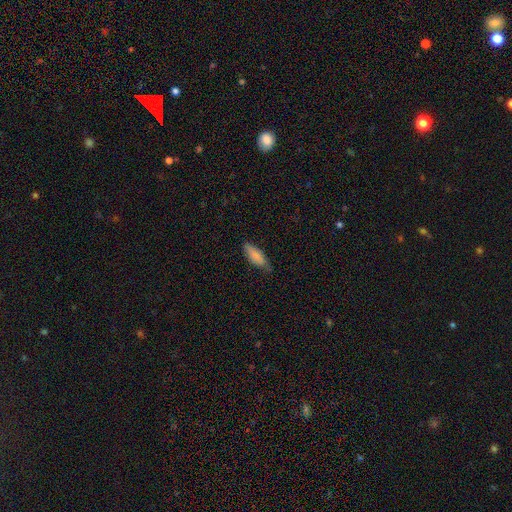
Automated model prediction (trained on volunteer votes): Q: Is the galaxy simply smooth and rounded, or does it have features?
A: smooth — 78%.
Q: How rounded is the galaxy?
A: in between — 65%.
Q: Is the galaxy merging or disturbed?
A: none — 67%.